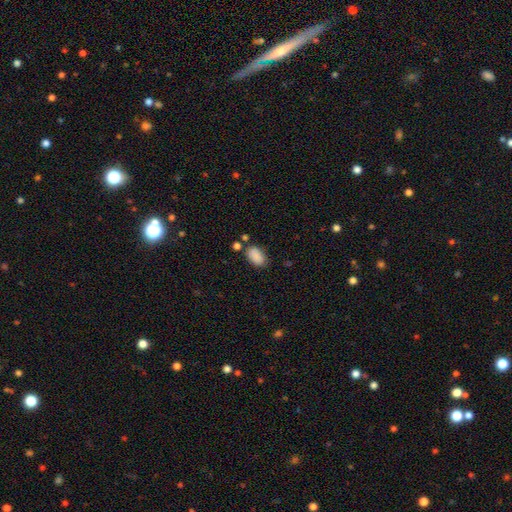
Smooth or featured? smooth (87%)
How rounded? in between (97%)
Merging? none (83%)